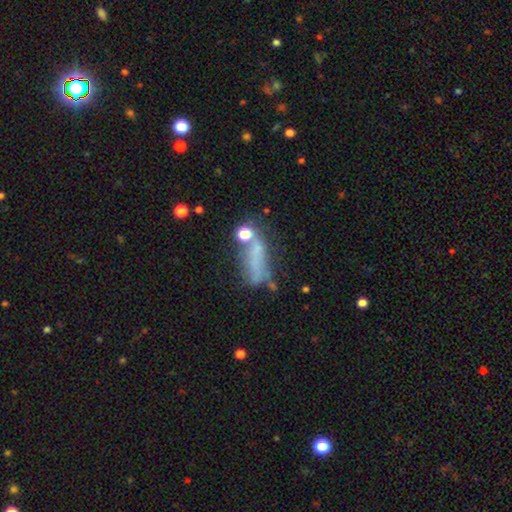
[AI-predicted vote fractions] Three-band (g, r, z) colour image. It shows a smooth galaxy with no disk features (46%). Merging: none (35%).